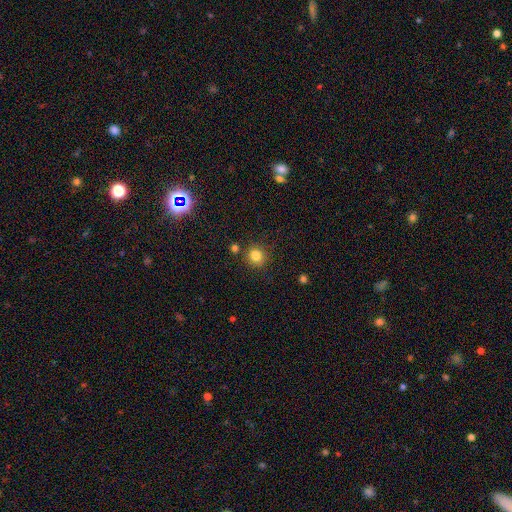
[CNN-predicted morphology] Q: Smooth or featured?
A: smooth (82%); runner-up: star or artifact (13%)
Q: How rounded?
A: round (89%); runner-up: in between (10%)
Q: Merging?
A: none (84%); runner-up: minor disturbance (9%)